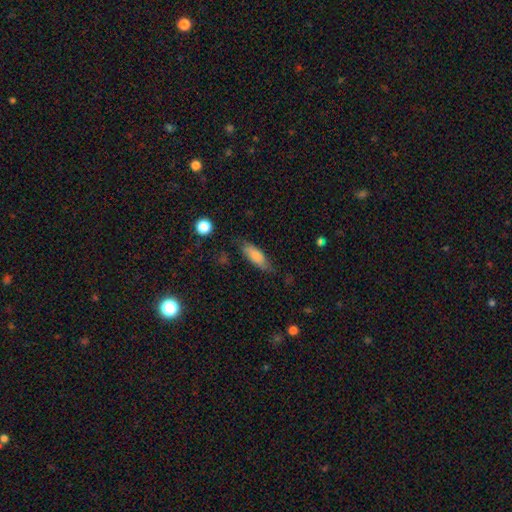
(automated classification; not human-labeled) smooth_or_featured: smooth (p=0.74) [alt: featured or disk p=0.19]
how_rounded: in between (p=0.70) [alt: cigar-shaped p=0.27]
merging: none (p=0.64) [alt: minor disturbance p=0.26]